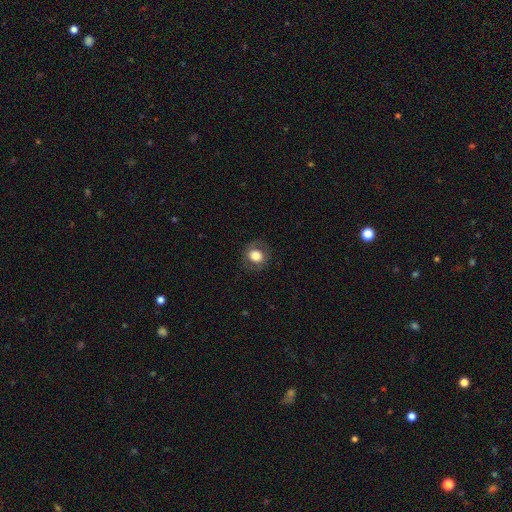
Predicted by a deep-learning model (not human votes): Q: Smooth or featured?
A: smooth (72%); runner-up: featured or disk (19%)
Q: How rounded?
A: round (74%); runner-up: in between (25%)
Q: Merging?
A: none (82%); runner-up: minor disturbance (12%)